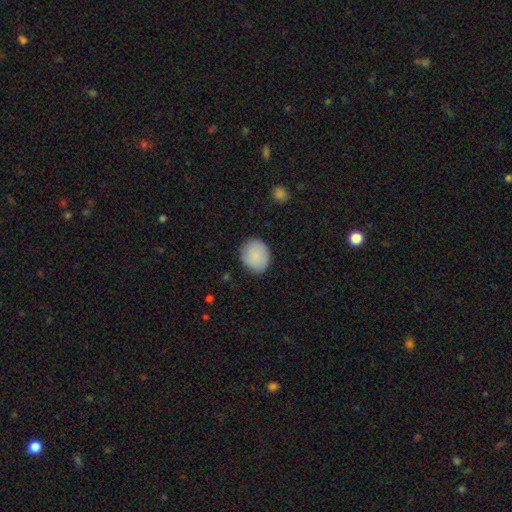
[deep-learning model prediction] This appears to be a smooth galaxy with no disk features (85%) that is round (64%). Merging: none (82%).